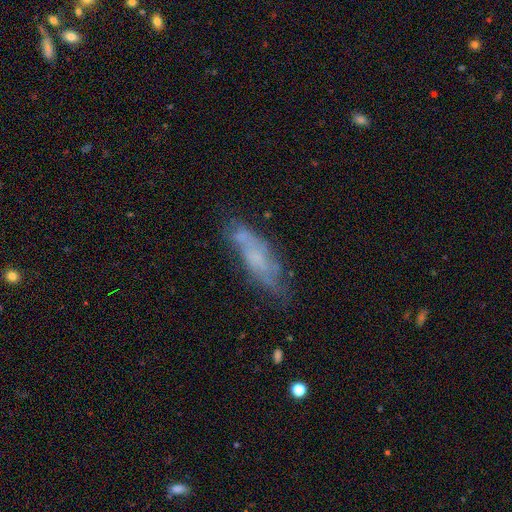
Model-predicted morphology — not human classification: Smooth or featured? featured or disk (45%, tied with smooth)
Merging? none (59%)